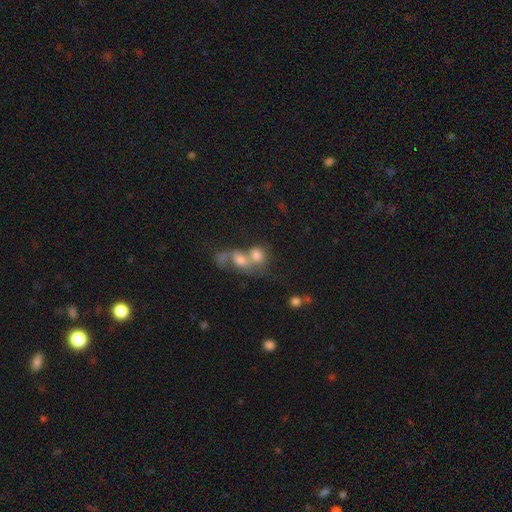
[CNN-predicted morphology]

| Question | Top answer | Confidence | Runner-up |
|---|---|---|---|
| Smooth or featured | smooth | 59% | featured or disk (27%) |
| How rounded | round | 54% | in between (44%) |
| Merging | merger | 70% | none (17%) |